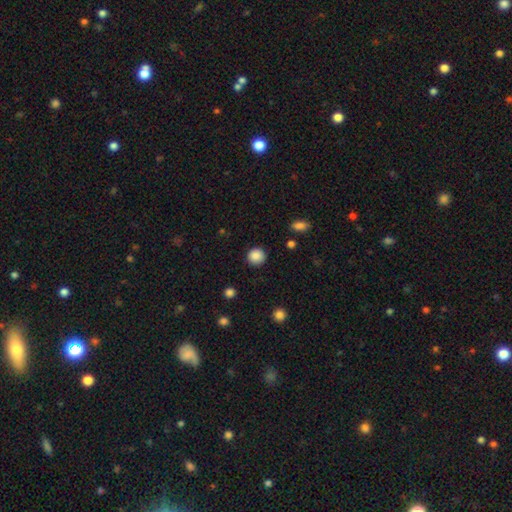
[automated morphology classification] Smooth or featured: smooth — 87% (star or artifact — 9%)
How rounded: round — 92% (in between — 7%)
Merging: none — 89% (minor disturbance — 7%)